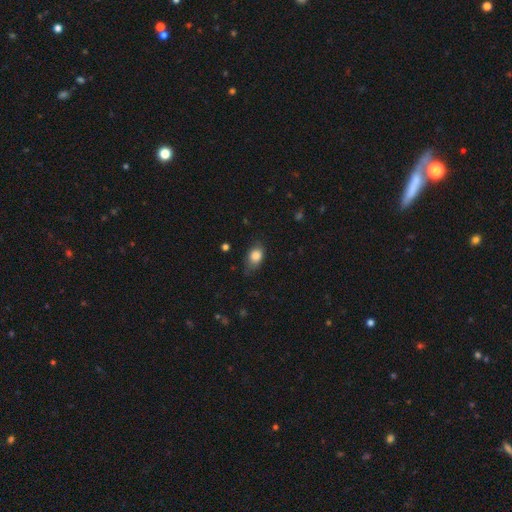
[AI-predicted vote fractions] Smooth or featured? Predicted: smooth (p=0.84). How rounded? Predicted: in between (p=0.76). Merging? Predicted: none (p=0.65).